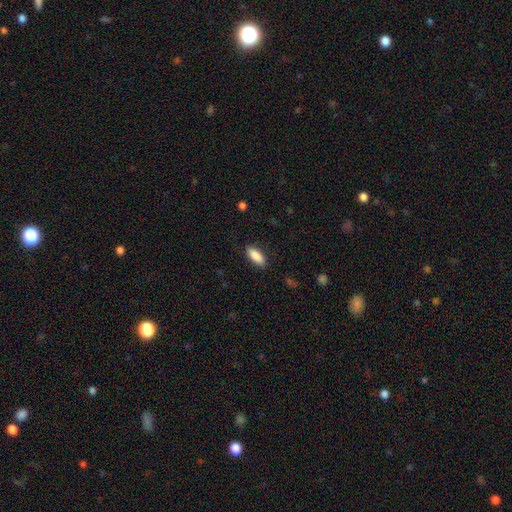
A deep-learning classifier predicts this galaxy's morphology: Q: Smooth or featured?
A: smooth (89%); runner-up: star or artifact (6%)
Q: How rounded?
A: in between (78%); runner-up: cigar-shaped (20%)
Q: Merging?
A: none (87%); runner-up: minor disturbance (10%)